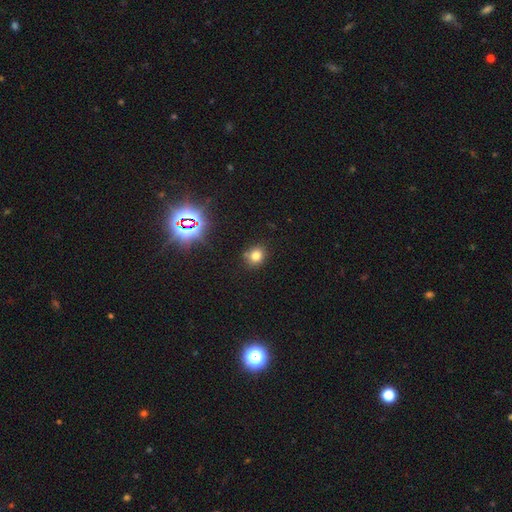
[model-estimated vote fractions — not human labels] Smooth or featured? Predicted: smooth (p=0.75). How rounded? Predicted: round (p=0.68). Merging? Predicted: none (p=0.80).